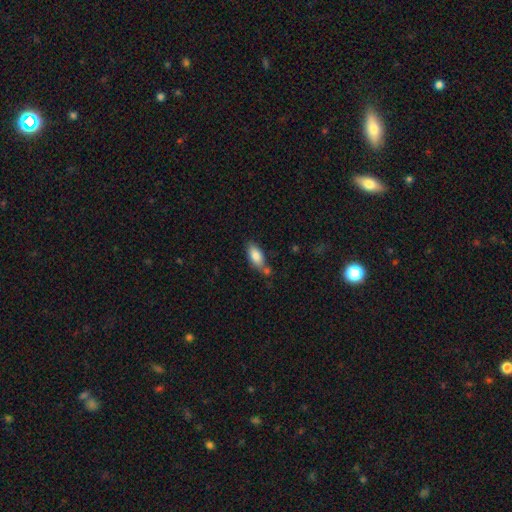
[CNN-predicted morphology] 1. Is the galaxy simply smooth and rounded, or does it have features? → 82% smooth, 11% featured or disk, 7% star or artifact.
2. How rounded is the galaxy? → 86% in between, 11% cigar-shaped, 3% round.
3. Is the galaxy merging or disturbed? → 59% none, 18% merger, 18% minor disturbance, 5% major disturbance.